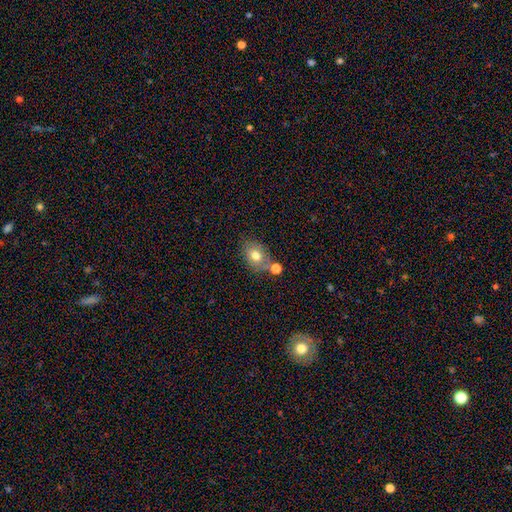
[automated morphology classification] Smooth or featured? Predicted: smooth (p=0.74). How rounded? Predicted: in between (p=0.57). Merging? Predicted: none (p=0.59).